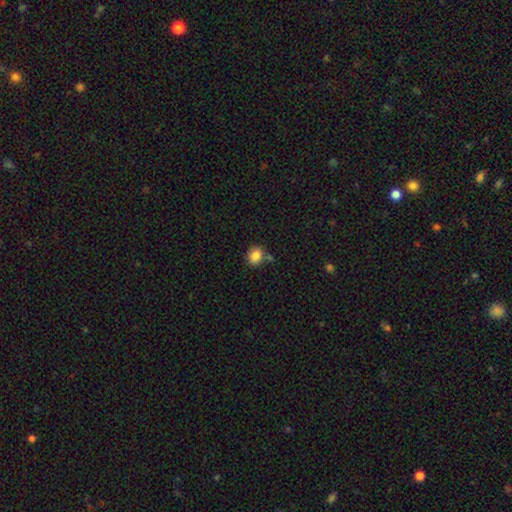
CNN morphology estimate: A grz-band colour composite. It shows a smooth galaxy with no disk features (85%) that is round (59%). Merging: none (70%).